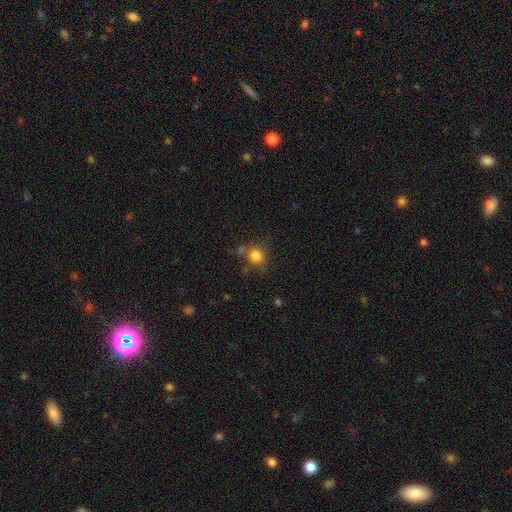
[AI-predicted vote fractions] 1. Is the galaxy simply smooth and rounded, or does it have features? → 80% smooth, 12% star or artifact, 8% featured or disk.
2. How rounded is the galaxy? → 87% round, 12% in between, 1% cigar-shaped.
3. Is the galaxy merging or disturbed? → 66% none, 16% minor disturbance, 11% merger, 6% major disturbance.